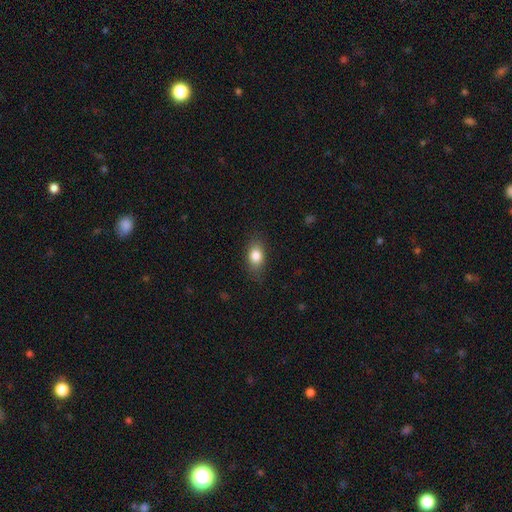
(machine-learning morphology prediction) smooth 82%, featured or disk 10%, star or artifact 8%. Down the decision tree: how rounded — in between (80%); merging — none (81%).